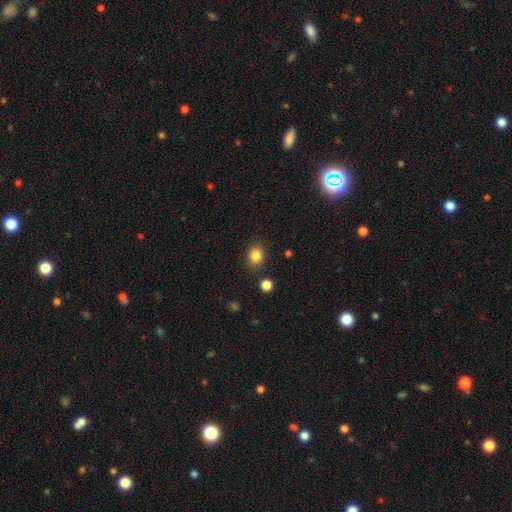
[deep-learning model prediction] Smooth or featured?
  - smooth: 85% *
  - star or artifact: 10%
  - featured or disk: 5%
How rounded?
  - round: 53% *
  - in between: 47%
  - cigar-shaped: 1%
Merging?
  - none: 84% *
  - minor disturbance: 9%
  - merger: 3%
  - major disturbance: 3%